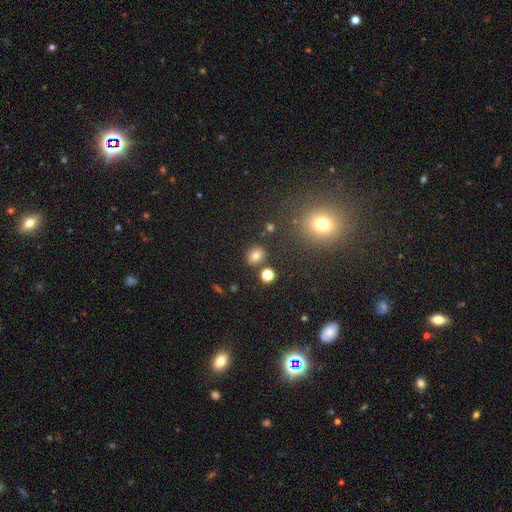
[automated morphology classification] The model was most divided on "how rounded": round: 68%, in between: 31%, cigar-shaped: 1%. More confident: merging — none (82%); smooth or featured — smooth (75%).